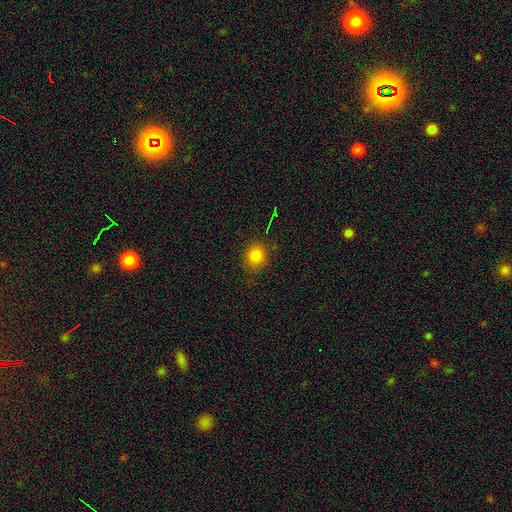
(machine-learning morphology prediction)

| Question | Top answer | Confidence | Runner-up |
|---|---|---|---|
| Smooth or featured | smooth | 82% | star or artifact (13%) |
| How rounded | round | 77% | in between (22%) |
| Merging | none | 84% | minor disturbance (11%) |